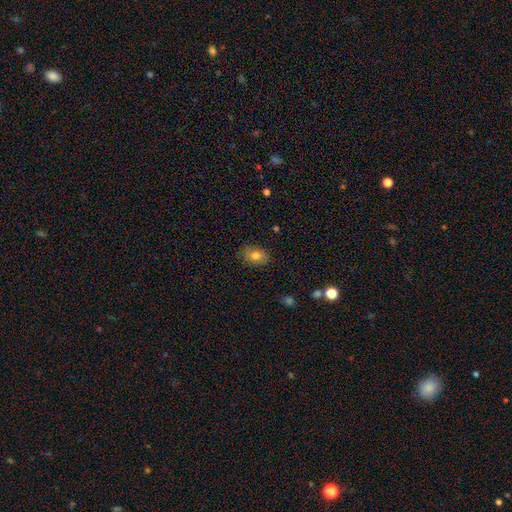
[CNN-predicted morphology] smooth_or_featured: smooth (p=0.79) [alt: featured or disk p=0.12]
how_rounded: in between (p=0.78) [alt: round p=0.20]
merging: none (p=0.85) [alt: minor disturbance p=0.12]